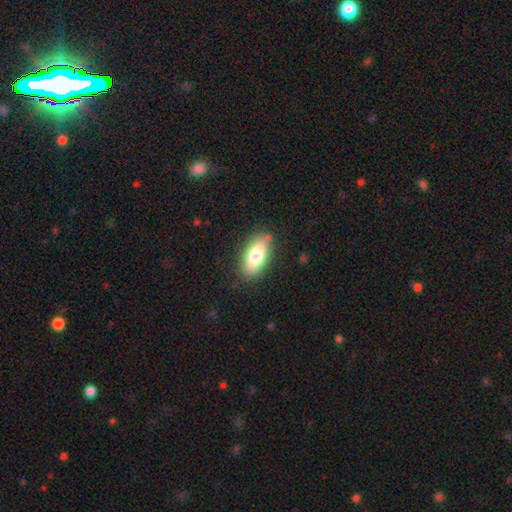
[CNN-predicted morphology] Smooth or featured: smooth — 77% (featured or disk — 16%)
How rounded: in between — 87% (cigar-shaped — 10%)
Merging: none — 82% (minor disturbance — 13%)